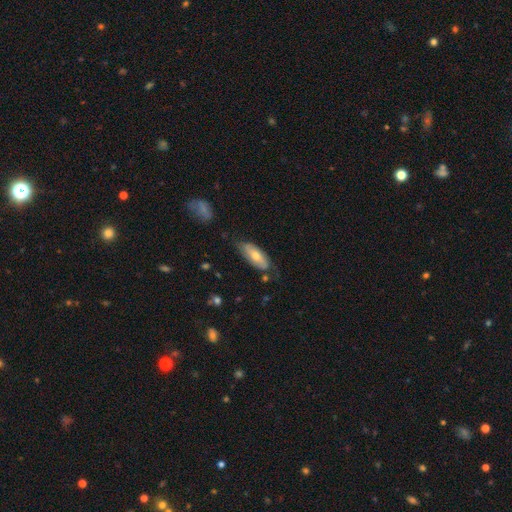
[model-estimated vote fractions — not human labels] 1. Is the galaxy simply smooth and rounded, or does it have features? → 57% smooth, 36% featured or disk, 7% star or artifact.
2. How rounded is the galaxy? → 79% in between, 19% cigar-shaped, 2% round.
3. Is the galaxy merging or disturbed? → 63% none, 27% minor disturbance, 7% major disturbance, 3% merger.